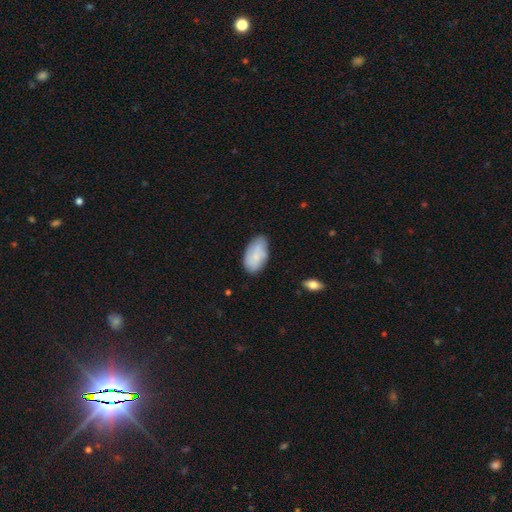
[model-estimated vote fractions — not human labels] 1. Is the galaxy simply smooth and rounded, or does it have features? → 69% smooth, 24% featured or disk, 7% star or artifact.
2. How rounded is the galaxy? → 94% in between, 4% round, 2% cigar-shaped.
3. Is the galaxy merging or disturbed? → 68% none, 25% minor disturbance, 5% major disturbance, 3% merger.